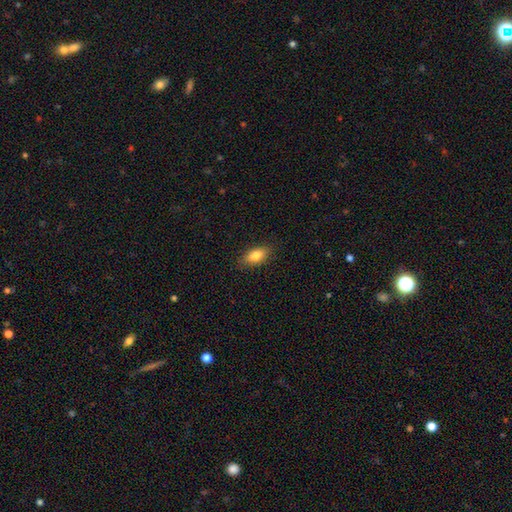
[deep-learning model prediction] Q: Smooth or featured?
A: smooth (81%); runner-up: featured or disk (11%)
Q: How rounded?
A: in between (84%); runner-up: cigar-shaped (12%)
Q: Merging?
A: none (86%); runner-up: minor disturbance (11%)